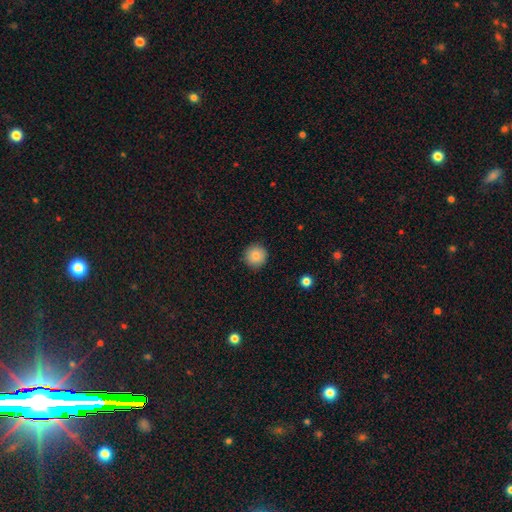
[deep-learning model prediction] A smooth galaxy with no disk features (85%) that is round (95%).

Vote fractions:
- Smooth or featured? smooth: 85% / star or artifact: 9% / featured or disk: 6%
- How rounded? round: 95% / in between: 4% / cigar-shaped: 1%
- Merging? none: 91% / minor disturbance: 6% / major disturbance: 2% / merger: 1%